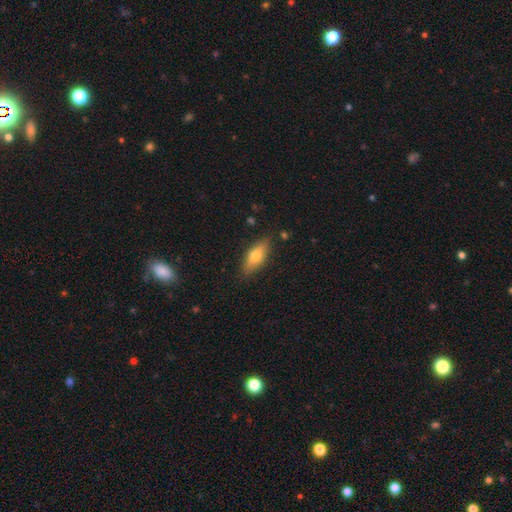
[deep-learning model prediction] Smooth or featured: smooth — 64% (featured or disk — 29%)
How rounded: in between — 66% (cigar-shaped — 30%)
Merging: none — 84% (minor disturbance — 12%)